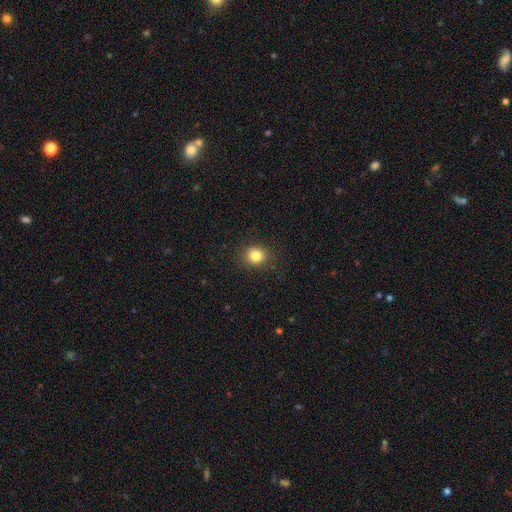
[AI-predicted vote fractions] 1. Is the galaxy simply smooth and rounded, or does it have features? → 83% smooth, 11% star or artifact, 6% featured or disk.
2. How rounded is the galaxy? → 77% round, 22% in between, 1% cigar-shaped.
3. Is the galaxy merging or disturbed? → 88% none, 9% minor disturbance, 3% major disturbance, 1% merger.